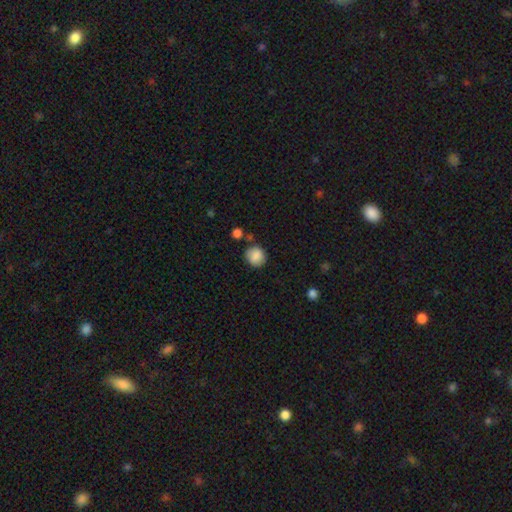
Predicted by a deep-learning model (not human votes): This appears to be a smooth galaxy with no disk features (85%) that is round (85%). Merging: none (76%).